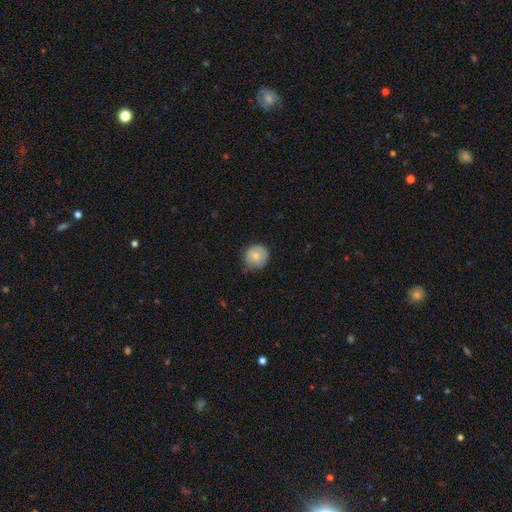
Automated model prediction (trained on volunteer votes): Overall: smooth (75%). How rounded: round (86%). Merging: none (62%; minor disturbance 31%).